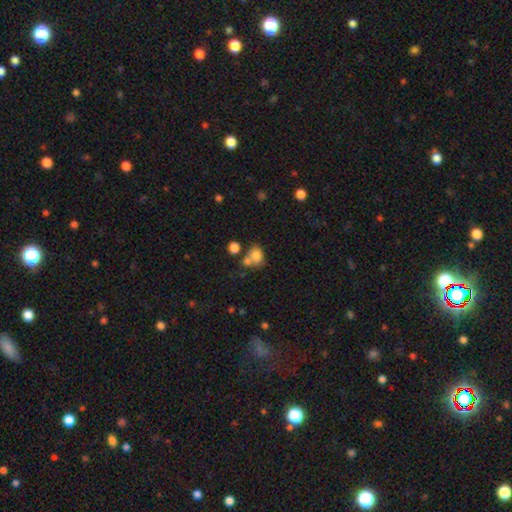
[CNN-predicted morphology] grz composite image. It shows a smooth galaxy with no disk features (76%) that is round (50%). Merging: merger (43%).